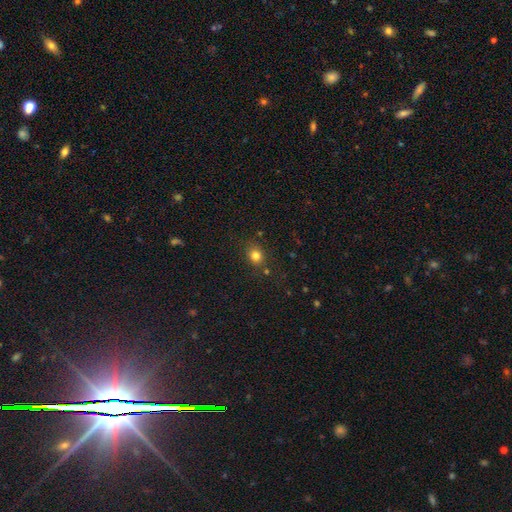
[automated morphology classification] A smooth galaxy with no disk features (80%) that is round (67%).

Vote fractions:
- Smooth or featured? smooth: 80% / star or artifact: 14% / featured or disk: 6%
- How rounded? round: 67% / in between: 32% / cigar-shaped: 1%
- Merging? none: 81% / minor disturbance: 12% / merger: 4% / major disturbance: 4%